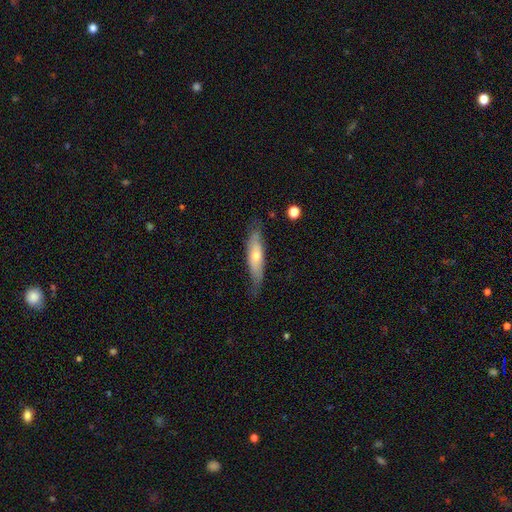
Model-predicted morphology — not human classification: smooth_or_featured: smooth (p=0.49) [alt: featured or disk p=0.45]
merging: none (p=0.70) [alt: minor disturbance p=0.23]